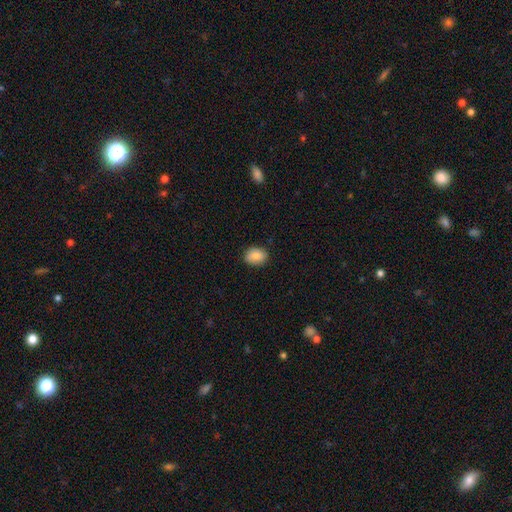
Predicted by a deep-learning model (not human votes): A smooth galaxy with no disk features (86%) that is in between round and cigar-shaped (60%). Merging: none (86%).